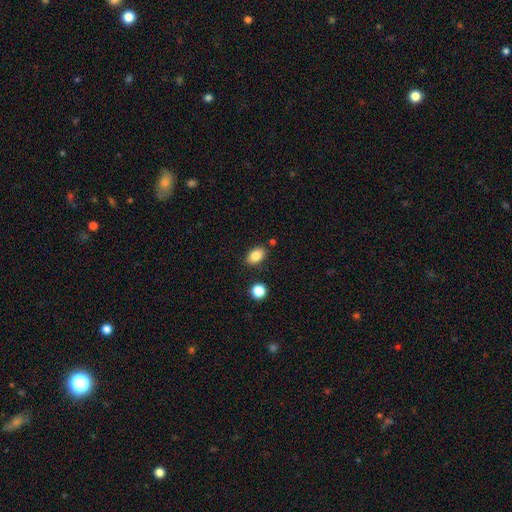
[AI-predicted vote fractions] Q: Smooth or featured?
A: smooth (85%); runner-up: star or artifact (9%)
Q: How rounded?
A: in between (86%); runner-up: round (13%)
Q: Merging?
A: none (83%); runner-up: minor disturbance (11%)